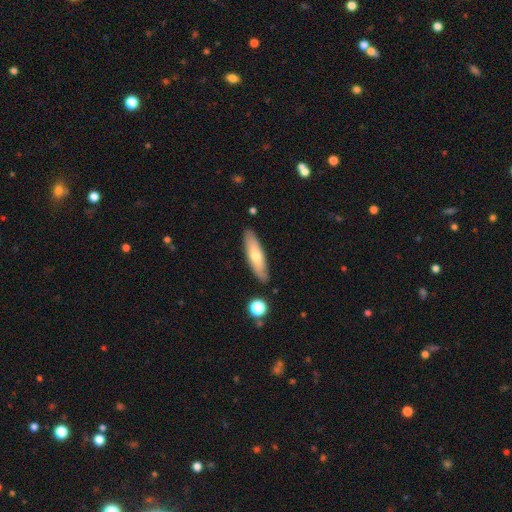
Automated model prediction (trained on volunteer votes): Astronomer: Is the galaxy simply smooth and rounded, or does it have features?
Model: smooth — 61%.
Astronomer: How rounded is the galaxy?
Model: cigar-shaped — 65%.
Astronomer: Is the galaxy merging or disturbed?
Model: none — 85%.